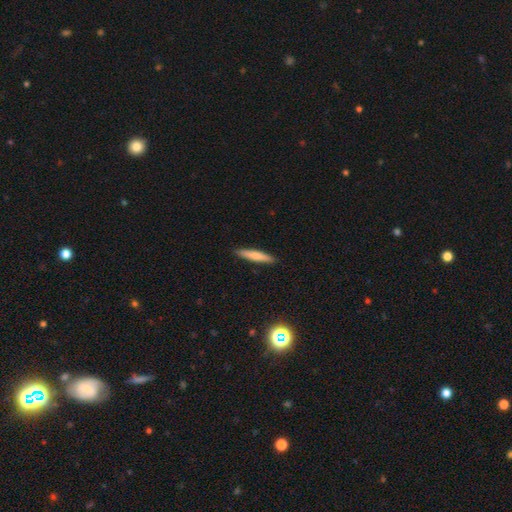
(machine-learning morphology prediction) type=smooth (72%); roundness=cigar-shaped (91%); merging=none (90%).